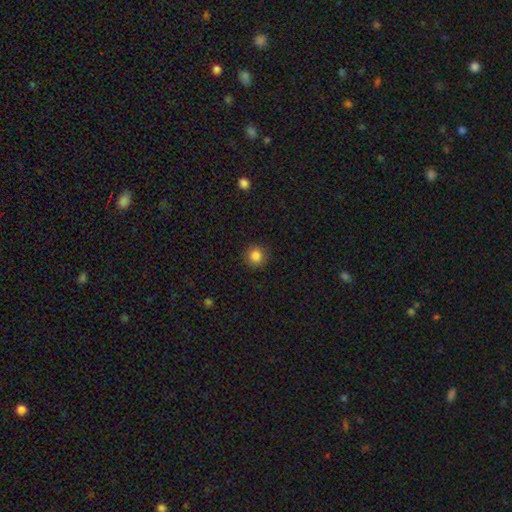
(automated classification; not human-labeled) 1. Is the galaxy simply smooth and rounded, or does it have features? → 85% smooth, 11% star or artifact, 5% featured or disk.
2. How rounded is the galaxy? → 90% round, 9% in between, 1% cigar-shaped.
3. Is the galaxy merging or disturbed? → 90% none, 7% minor disturbance, 2% major disturbance, 1% merger.